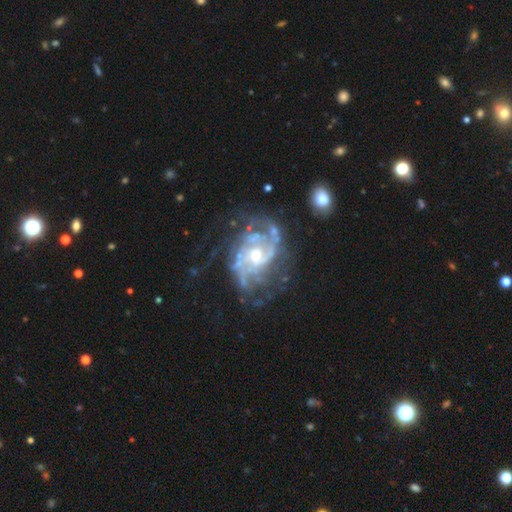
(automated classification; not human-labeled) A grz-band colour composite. It shows a featured or disk galaxy (88%) with no bar (63%), 2 (41%) medium (42%) spiral arms (92%) and a moderate central bulge (57%). Merging: none (56%).